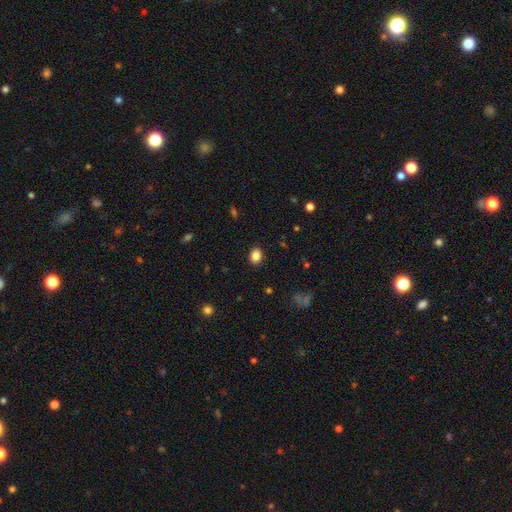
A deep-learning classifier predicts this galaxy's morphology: type=smooth (86%); roundness=in between (60%); merging=none (89%).